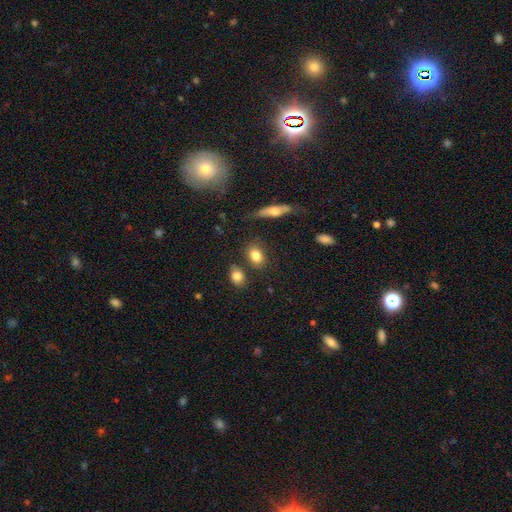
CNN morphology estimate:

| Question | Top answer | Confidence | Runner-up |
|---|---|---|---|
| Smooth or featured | smooth | 83% | star or artifact (9%) |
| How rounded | in between | 73% | round (25%) |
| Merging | none | 76% | minor disturbance (12%) |